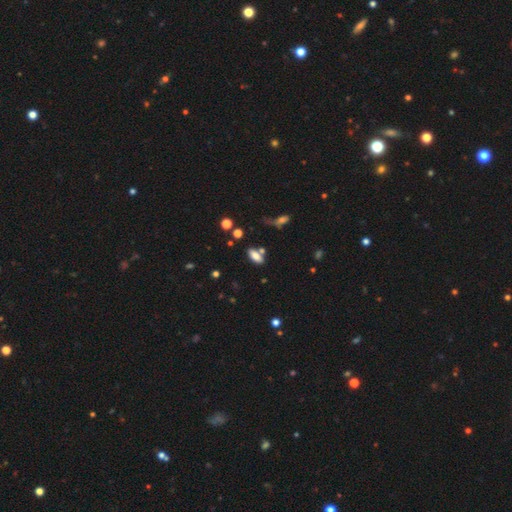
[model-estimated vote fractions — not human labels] This appears to be a smooth galaxy with no disk features (78%) that is in between round and cigar-shaped (83%). Merging: none (68%).